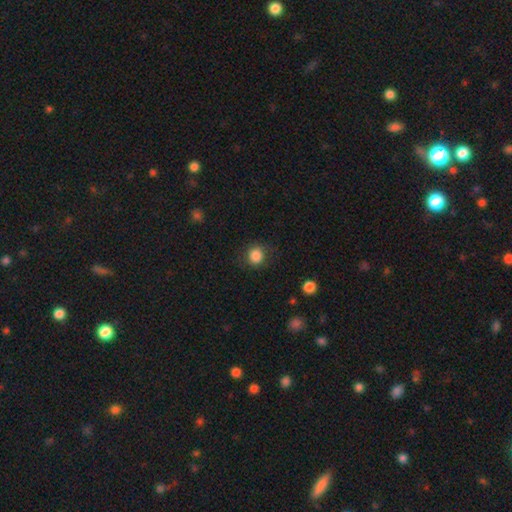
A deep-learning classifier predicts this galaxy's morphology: Overall: smooth (85%). How rounded: round (84%). Merging: none (82%).